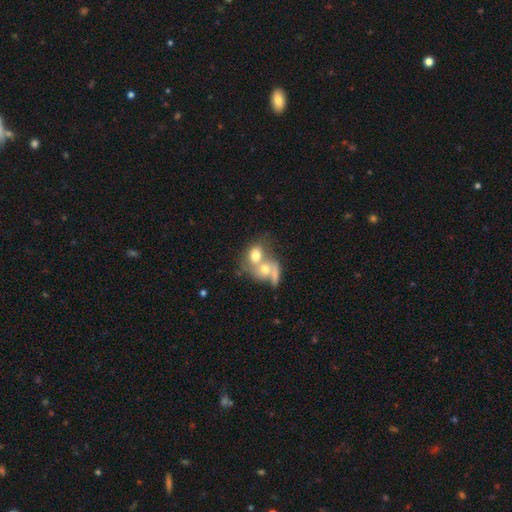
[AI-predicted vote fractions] smooth_or_featured: smooth (p=0.63) [alt: featured or disk p=0.28]
how_rounded: in between (p=0.50) [alt: round p=0.48]
merging: merger (p=0.73) [alt: none p=0.15]